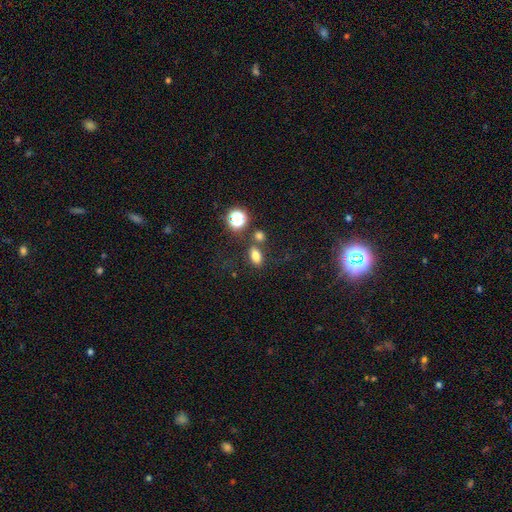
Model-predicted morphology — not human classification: The model was most divided on "merging": none: 68%, merger: 16%, minor disturbance: 11%, major disturbance: 4%. More confident: how rounded — in between (78%); smooth or featured — smooth (76%).